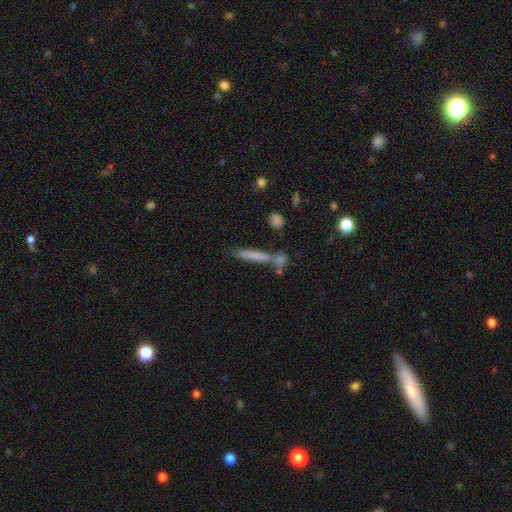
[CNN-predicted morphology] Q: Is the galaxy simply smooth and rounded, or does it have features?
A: smooth — 65%.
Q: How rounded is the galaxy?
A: cigar-shaped — 91%.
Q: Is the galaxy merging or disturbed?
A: none — 66%.